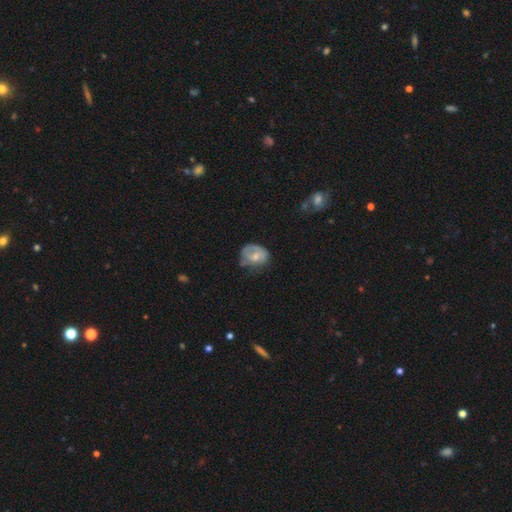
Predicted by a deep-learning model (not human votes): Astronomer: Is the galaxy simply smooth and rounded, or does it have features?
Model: smooth — 53% (runner-up: featured or disk, 39%).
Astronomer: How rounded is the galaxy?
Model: in between — 54% (runner-up: round, 45%).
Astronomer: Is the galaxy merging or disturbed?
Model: none — 37% (runner-up: minor disturbance, 36%).